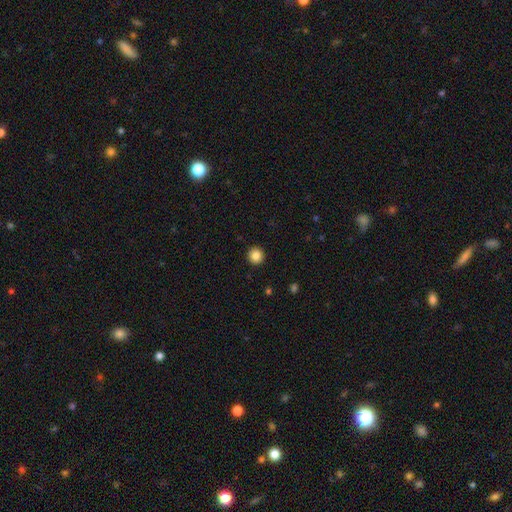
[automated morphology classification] smooth 85%, star or artifact 10%, featured or disk 5%. Down the decision tree: how rounded — round (95%); merging — none (93%).